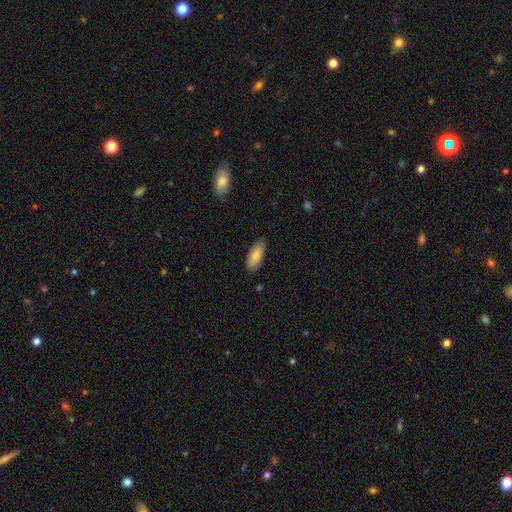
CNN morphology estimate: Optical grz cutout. It shows a smooth galaxy with no disk features (81%) that is in between round and cigar-shaped (85%). Merging: none (81%).